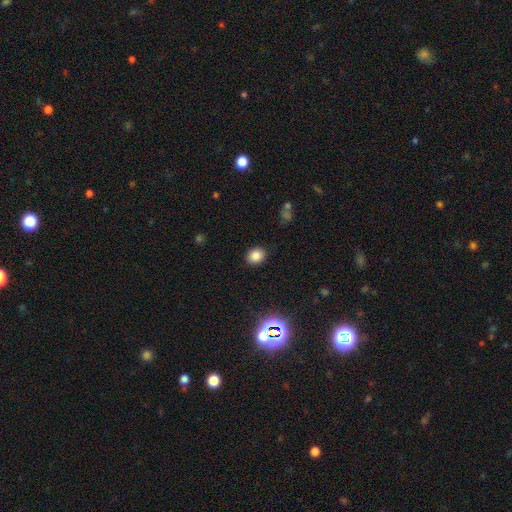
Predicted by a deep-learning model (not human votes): Smooth or featured?
  - smooth: 82% *
  - star or artifact: 13%
  - featured or disk: 5%
How rounded?
  - round: 64% *
  - in between: 35%
  - cigar-shaped: 1%
Merging?
  - none: 89% *
  - minor disturbance: 7%
  - major disturbance: 2%
  - merger: 1%